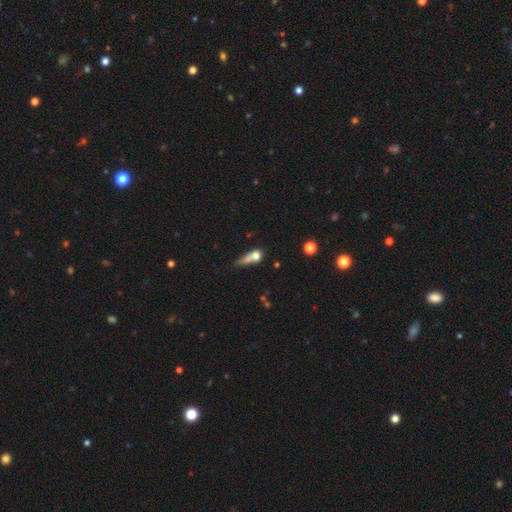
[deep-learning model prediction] A smooth galaxy with no disk features (63%) that is round (41%). Merging: merger (40%).